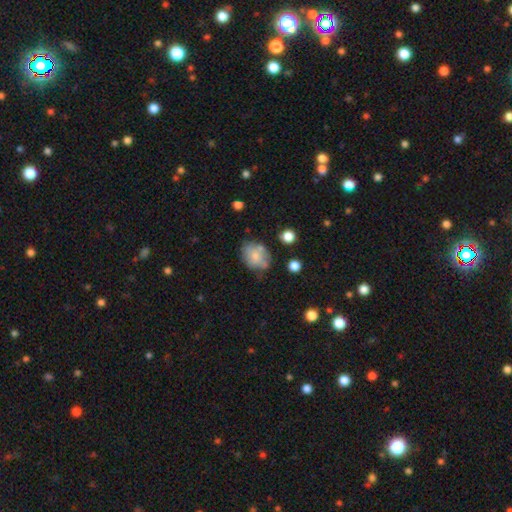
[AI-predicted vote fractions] This appears to be a smooth galaxy with no disk features (68%) that is in between round and cigar-shaped (58%). Merging: none (57%).